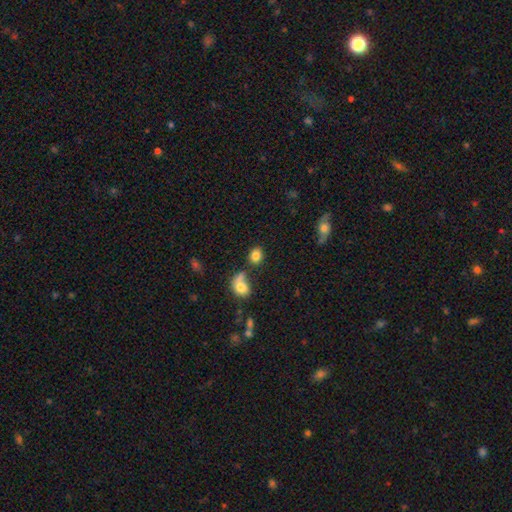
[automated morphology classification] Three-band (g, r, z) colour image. It shows a smooth galaxy with no disk features (83%) that is round (61%). Merging: none (66%).